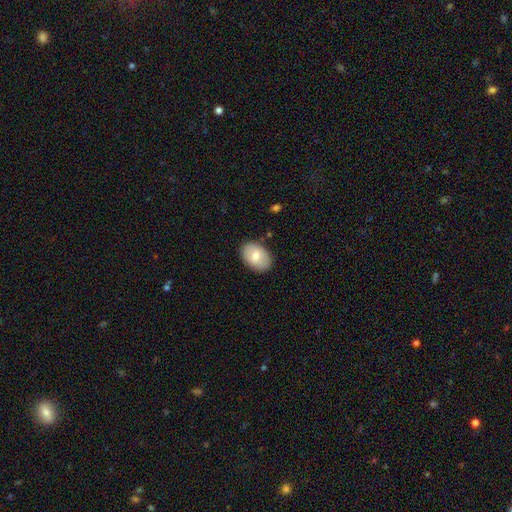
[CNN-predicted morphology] Q: Smooth or featured?
A: smooth (73%); runner-up: featured or disk (21%)
Q: How rounded?
A: in between (85%); runner-up: round (14%)
Q: Merging?
A: none (86%); runner-up: minor disturbance (10%)